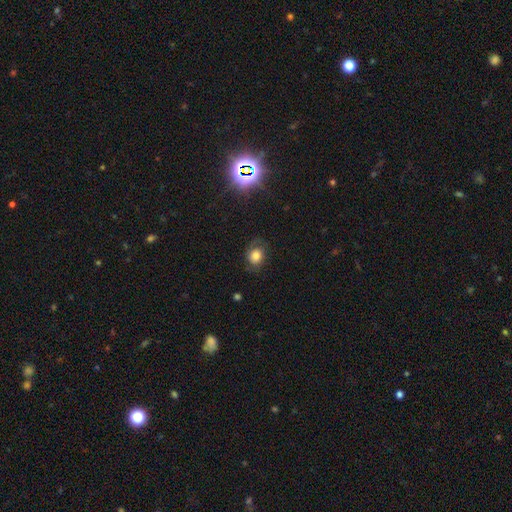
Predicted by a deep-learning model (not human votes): smooth 59%, featured or disk 29%, star or artifact 12%. Down the decision tree: how rounded — round (50%); merging — none (64%).